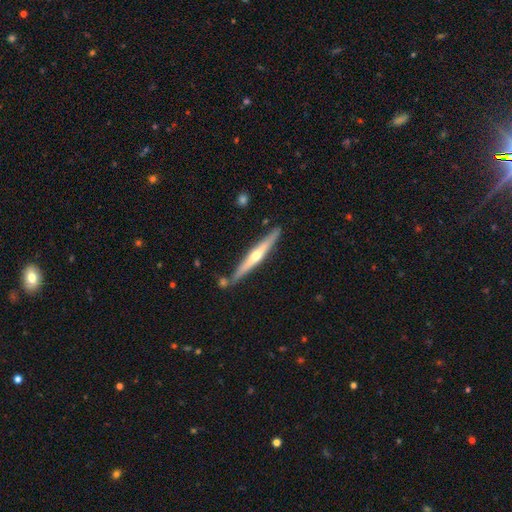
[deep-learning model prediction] A featured or disk galaxy (66%) viewed edge-on (97%) with a rounded central bulge (80%).

Vote fractions:
- Smooth or featured? featured or disk: 66% / smooth: 29% / star or artifact: 5%
- Edge-on disk? yes: 97% / no: 3%
- Edge-on bulge? rounded: 80% / none: 16% / boxy: 4%
- Merging? none: 82% / minor disturbance: 11% / merger: 5% / major disturbance: 2%